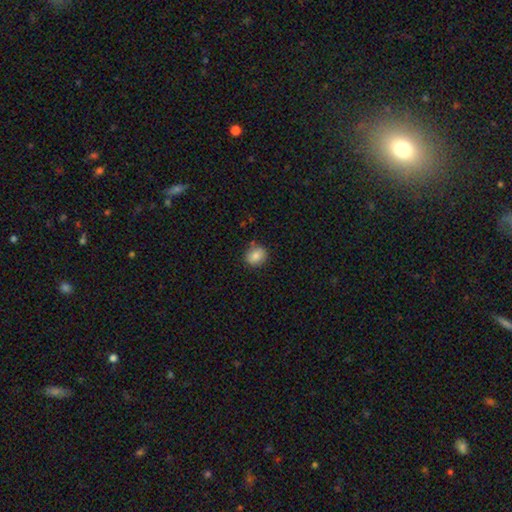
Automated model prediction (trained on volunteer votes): smooth-or-featured: smooth: 85% | star or artifact: 9% | featured or disk: 7%
  how-rounded: round: 60% | in between: 39% | cigar-shaped: 1%
  merging: none: 84% | minor disturbance: 11% | major disturbance: 3% | merger: 2%